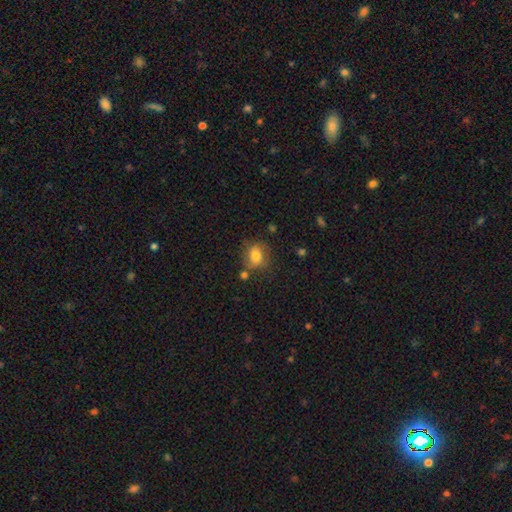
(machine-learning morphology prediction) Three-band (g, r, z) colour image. It shows a smooth galaxy with no disk features (77%) that is round (59%). Merging: none (67%).